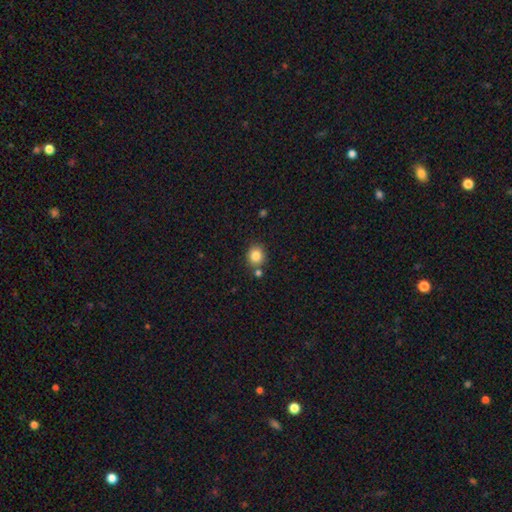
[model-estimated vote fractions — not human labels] Smooth or featured?
  - smooth: 84% *
  - star or artifact: 10%
  - featured or disk: 6%
How rounded?
  - round: 83% *
  - in between: 16%
  - cigar-shaped: 1%
Merging?
  - none: 77% *
  - merger: 11%
  - minor disturbance: 9%
  - major disturbance: 2%